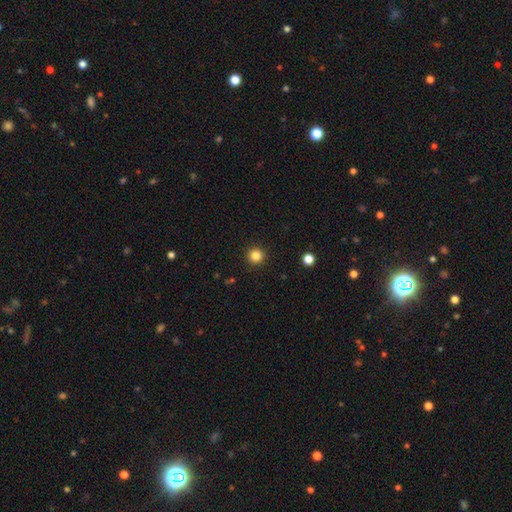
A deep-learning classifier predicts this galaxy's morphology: This is clearly a smooth galaxy (83%). How rounded: clearly round (96%). Merging: clearly none (93%).